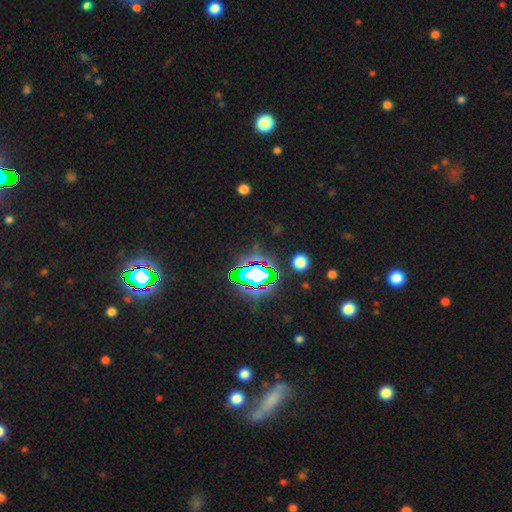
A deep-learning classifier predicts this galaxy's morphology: Smooth or featured? Predicted: star or artifact (p=0.80).